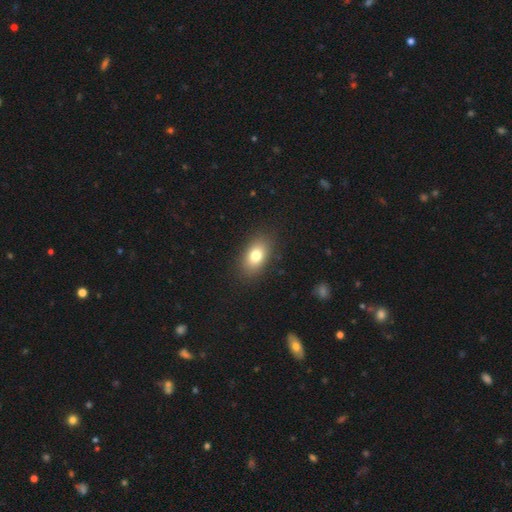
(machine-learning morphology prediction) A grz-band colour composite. It shows a smooth galaxy with no disk features (78%) that is in between round and cigar-shaped (85%). Merging: none (87%).